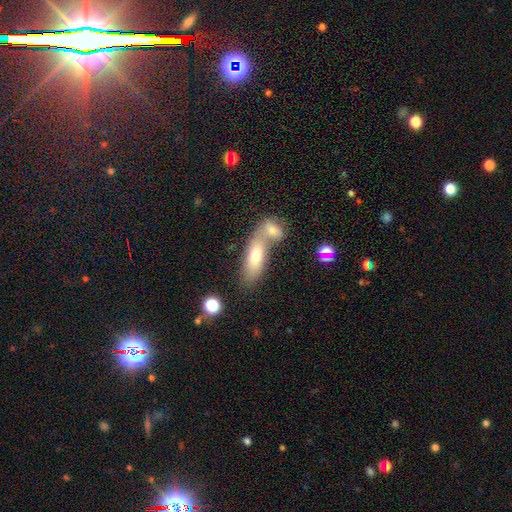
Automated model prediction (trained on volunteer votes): Smooth or featured?
  - smooth: 69% *
  - featured or disk: 23%
  - star or artifact: 8%
How rounded?
  - in between: 73% *
  - cigar-shaped: 24%
  - round: 4%
Merging?
  - merger: 52% *
  - none: 36%
  - minor disturbance: 9%
  - major disturbance: 4%